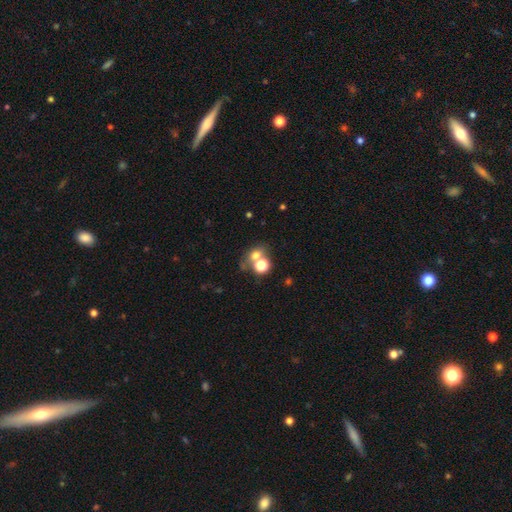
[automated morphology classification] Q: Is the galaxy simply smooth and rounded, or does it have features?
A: smooth — 66%.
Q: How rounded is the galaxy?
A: round — 61%.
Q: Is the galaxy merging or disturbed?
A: merger — 44%.